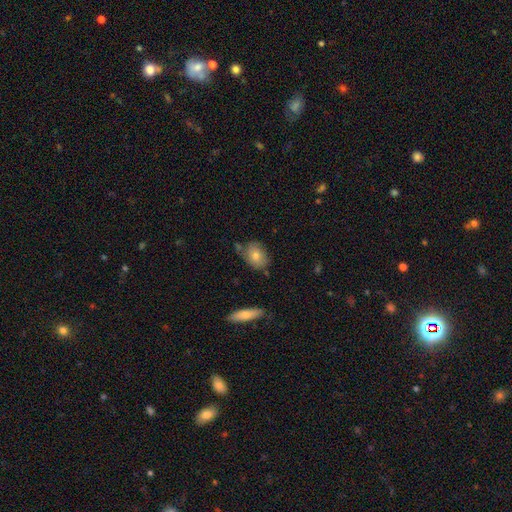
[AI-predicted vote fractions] smooth-or-featured: smooth: 76% | featured or disk: 17% | star or artifact: 8%
  how-rounded: in between: 69% | round: 29% | cigar-shaped: 2%
  merging: none: 64% | minor disturbance: 23% | merger: 8% | major disturbance: 5%